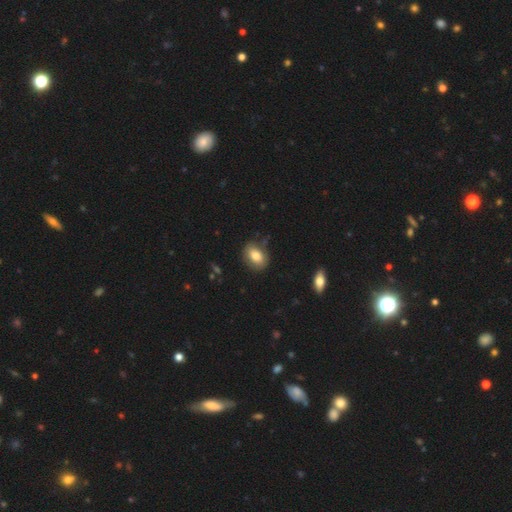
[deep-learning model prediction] This appears to be a smooth galaxy with no disk features (79%) that is in between round and cigar-shaped (78%). Merging: none (80%).